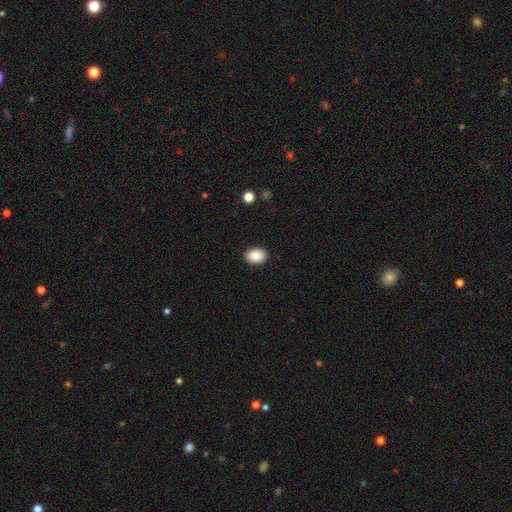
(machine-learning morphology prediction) Q: Smooth or featured?
A: smooth (87%); runner-up: star or artifact (8%)
Q: How rounded?
A: in between (73%); runner-up: round (26%)
Q: Merging?
A: none (91%); runner-up: minor disturbance (6%)